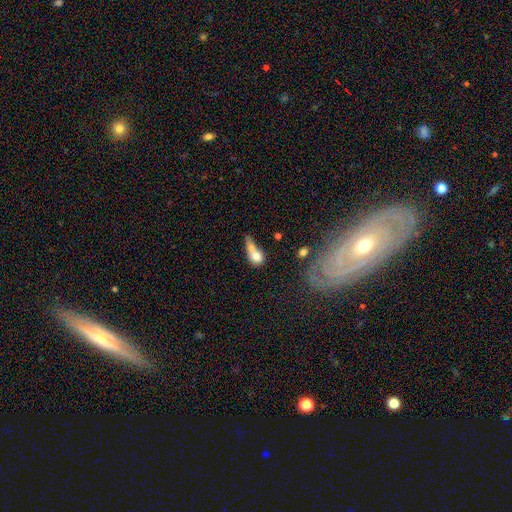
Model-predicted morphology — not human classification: The model was most divided on "how rounded" (2-way tie): round: 46%, in between: 46%, cigar-shaped: 8%. More confident: smooth or featured — smooth (69%); merging — merger (58%).